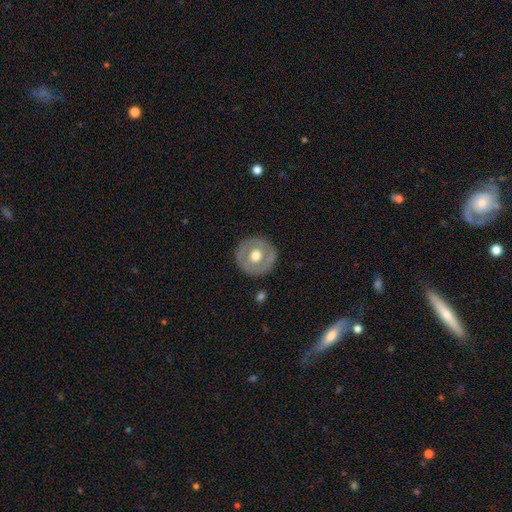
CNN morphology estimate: smooth_or_featured: smooth (p=0.48) [alt: featured or disk p=0.46]
merging: none (p=0.86) [alt: minor disturbance p=0.09]